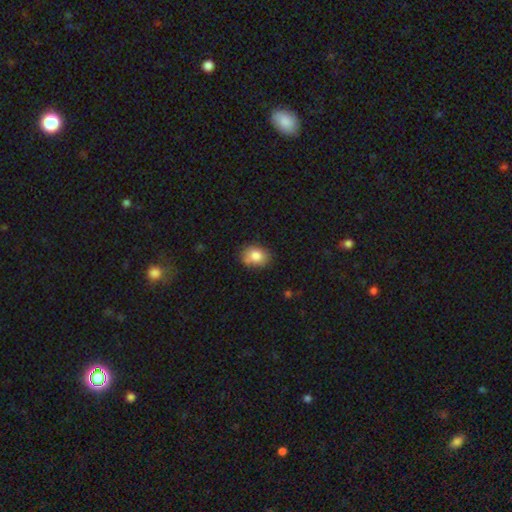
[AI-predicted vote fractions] This is clearly a smooth galaxy (82%). How rounded: possibly in between (60%). Merging: likely none (75%).